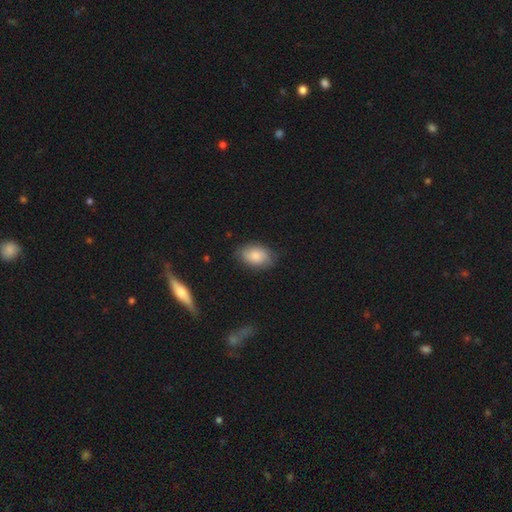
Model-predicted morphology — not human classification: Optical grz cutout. It shows a smooth galaxy with no disk features (70%) that is in between round and cigar-shaped (84%). Merging: none (76%).